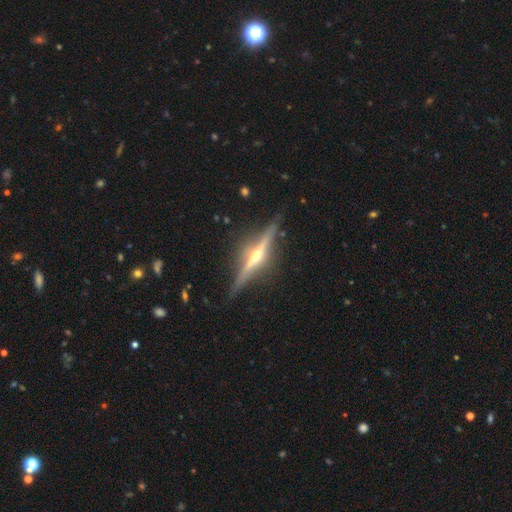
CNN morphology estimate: This appears to be a featured or disk galaxy (84%) viewed edge-on (97%) with a rounded central bulge (90%). Merging: none (86%).